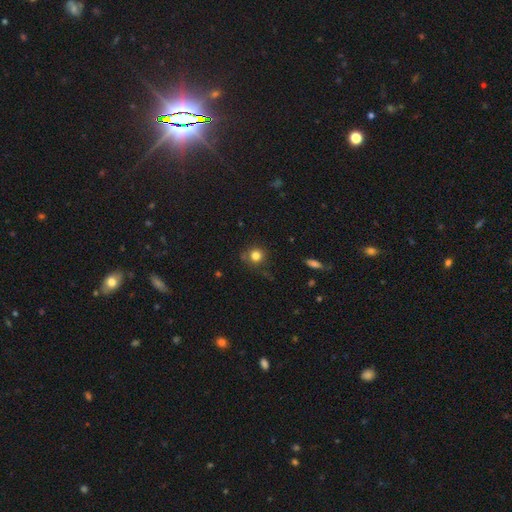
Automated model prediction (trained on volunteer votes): Smooth or featured? smooth (81%)
How rounded? round (90%)
Merging? none (77%)